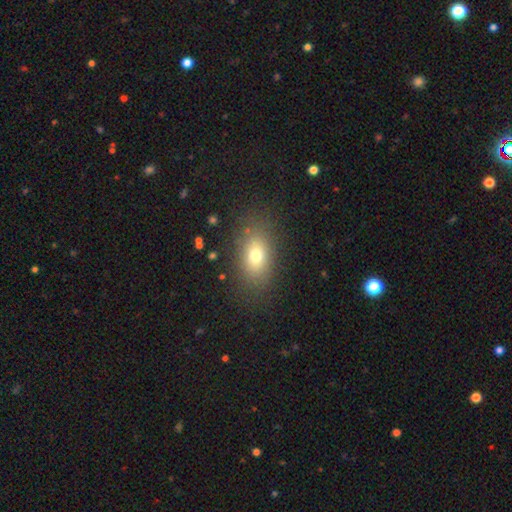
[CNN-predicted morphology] smooth 73%, featured or disk 15%, star or artifact 12%. Down the decision tree: how rounded — in between (82%); merging — none (82%).